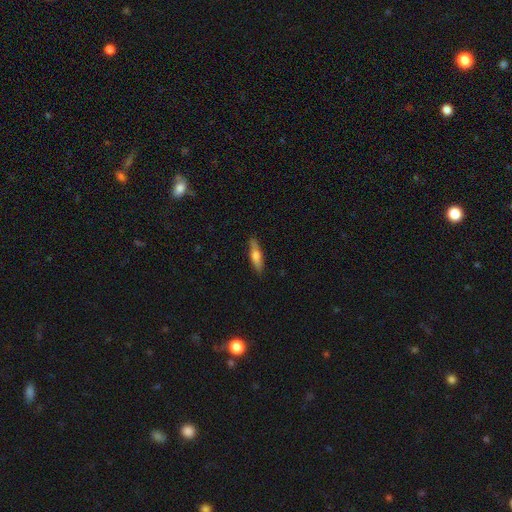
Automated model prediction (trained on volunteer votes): This appears to be a smooth galaxy with no disk features (56%) that is cigar-shaped (73%). Merging: none (84%).